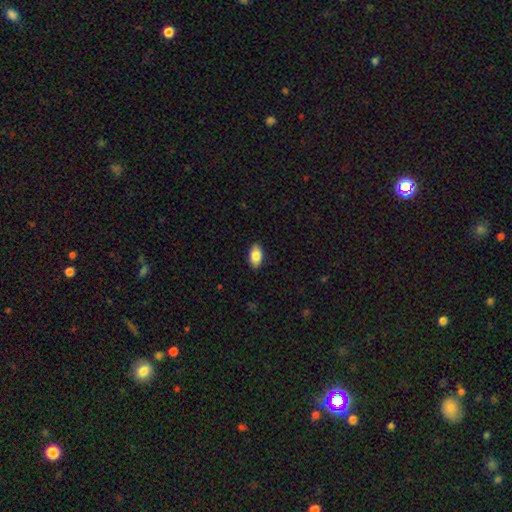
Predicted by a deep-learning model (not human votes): A smooth galaxy with no disk features (87%) that is in between round and cigar-shaped (93%).

Vote fractions:
- Smooth or featured? smooth: 87% / star or artifact: 7% / featured or disk: 6%
- How rounded? in between: 93% / round: 4% / cigar-shaped: 2%
- Merging? none: 89% / minor disturbance: 8% / major disturbance: 2% / merger: 1%